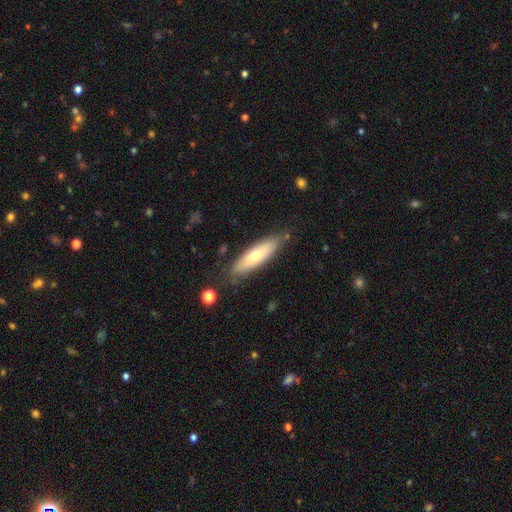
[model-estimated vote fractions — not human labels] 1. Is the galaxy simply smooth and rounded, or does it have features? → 63% smooth, 31% featured or disk, 6% star or artifact.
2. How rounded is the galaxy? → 60% cigar-shaped, 39% in between, 2% round.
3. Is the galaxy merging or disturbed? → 81% none, 13% minor disturbance, 3% major disturbance, 2% merger.